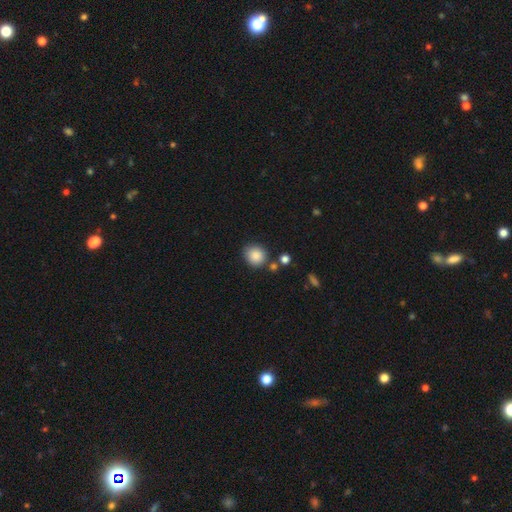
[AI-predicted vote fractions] smooth-or-featured: smooth: 87% | star or artifact: 9% | featured or disk: 4%
  how-rounded: round: 84% | in between: 15% | cigar-shaped: 1%
  merging: none: 76% | minor disturbance: 13% | merger: 8% | major disturbance: 3%